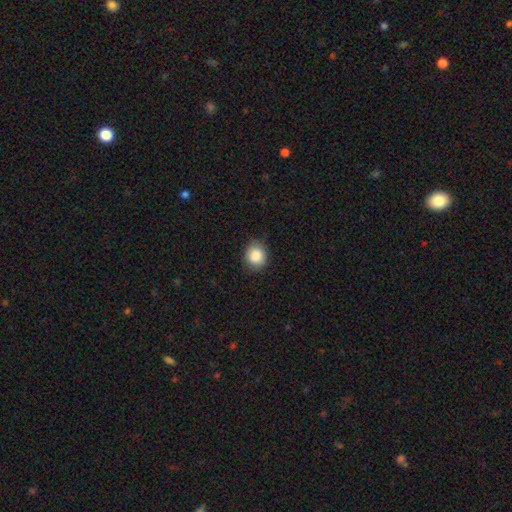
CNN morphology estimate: smooth-or-featured: smooth: 86% | star or artifact: 9% | featured or disk: 5%
  how-rounded: round: 73% | in between: 26% | cigar-shaped: 1%
  merging: none: 85% | minor disturbance: 12% | major disturbance: 2% | merger: 1%